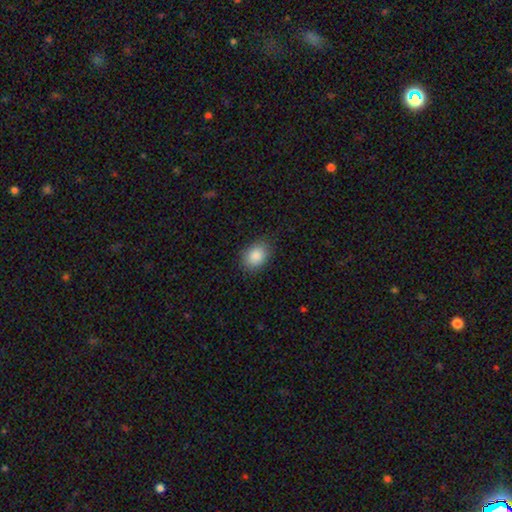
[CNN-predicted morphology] Smooth or featured? Predicted: smooth (p=0.88). How rounded? Predicted: in between (p=0.70). Merging? Predicted: none (p=0.82).